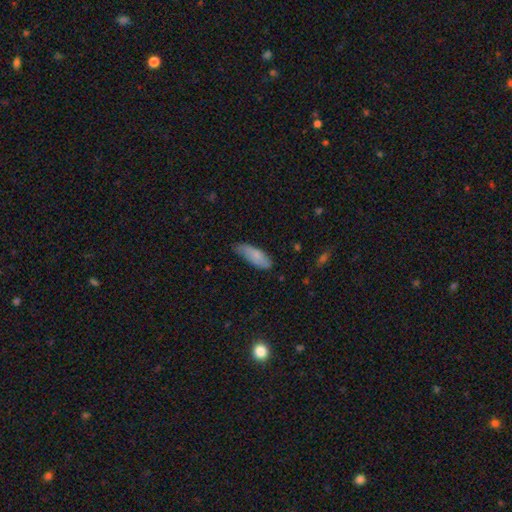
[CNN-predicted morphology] Smooth or featured: smooth — 79% (featured or disk — 15%)
How rounded: in between — 67% (cigar-shaped — 31%)
Merging: none — 64% (minor disturbance — 30%)